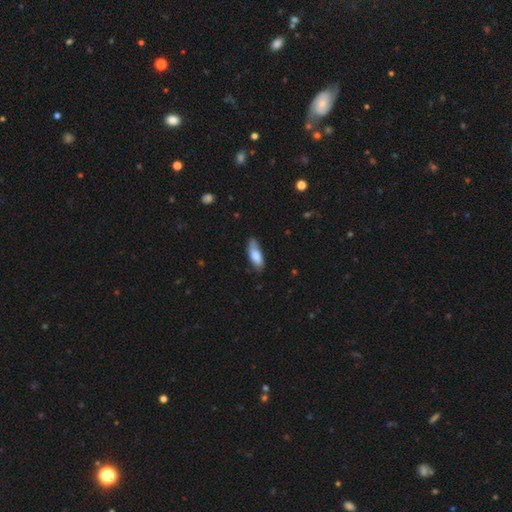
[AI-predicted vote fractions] Q: Smooth or featured?
A: smooth (78%); runner-up: featured or disk (16%)
Q: How rounded?
A: in between (71%); runner-up: cigar-shaped (27%)
Q: Merging?
A: none (63%); runner-up: minor disturbance (28%)